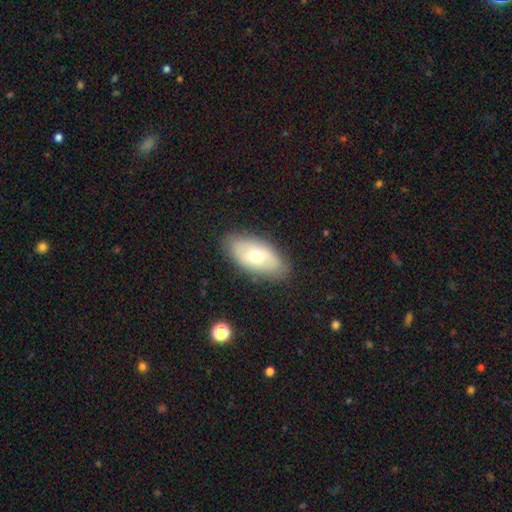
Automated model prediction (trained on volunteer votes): smooth 59%, featured or disk 34%, star or artifact 7%. Down the decision tree: how rounded — in between (92%); merging — none (82%).